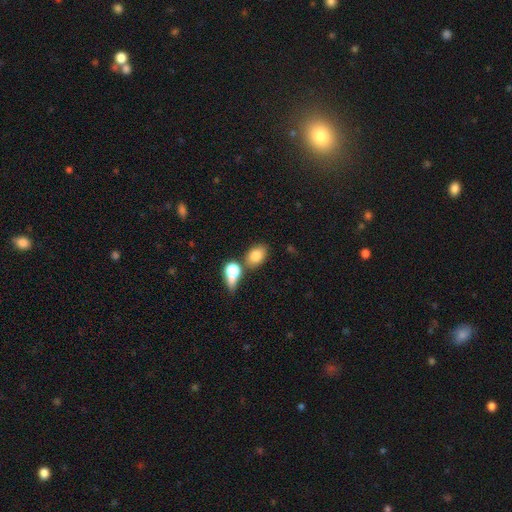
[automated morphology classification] Smooth or featured: smooth — 79% (featured or disk — 12%)
How rounded: in between — 74% (round — 23%)
Merging: none — 56% (merger — 26%)